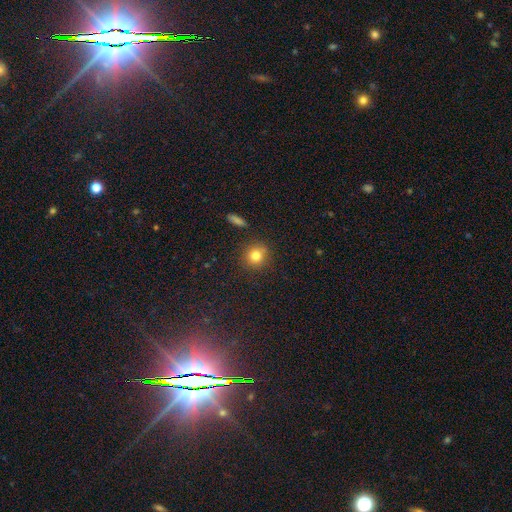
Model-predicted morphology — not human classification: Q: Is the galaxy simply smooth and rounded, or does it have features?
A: smooth — 80%.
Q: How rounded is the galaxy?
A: round — 88%.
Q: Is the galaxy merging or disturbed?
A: none — 84%.